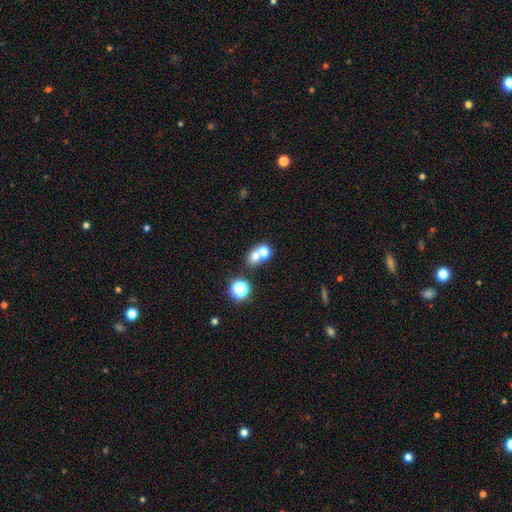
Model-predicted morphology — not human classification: This is likely a smooth galaxy (68%). How rounded: likely round (61%). Merging: possibly merger (57%).